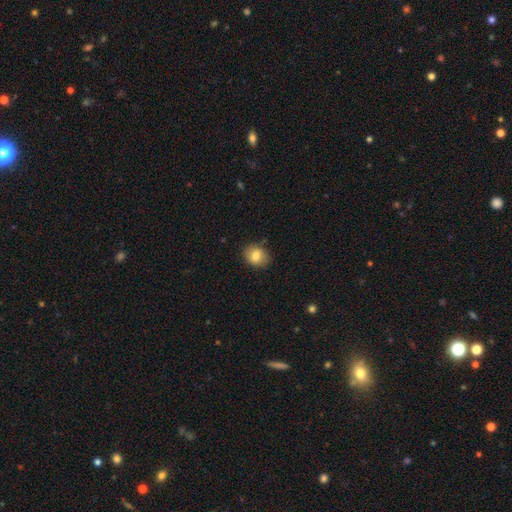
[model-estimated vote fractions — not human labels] A smooth galaxy with no disk features (81%) that is round (52%). Merging: none (83%).